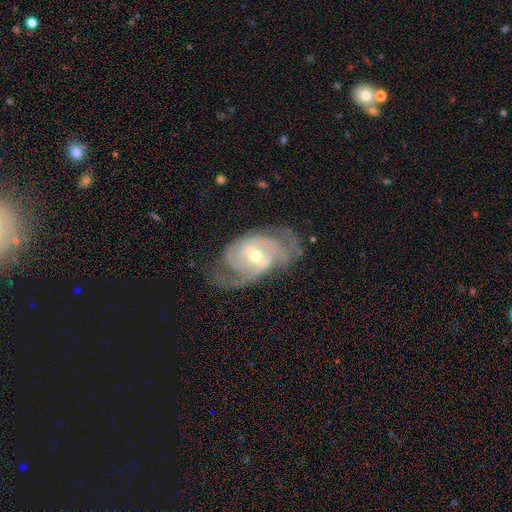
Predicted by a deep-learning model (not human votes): Q: Smooth or featured?
A: featured or disk (87%); runner-up: smooth (8%)
Q: Edge-on disk?
A: no (96%); runner-up: yes (4%)
Q: Bar?
A: weak (47%); runner-up: no (31%)
Q: Spiral arms?
A: yes (94%); runner-up: no (6%)
Q: Spiral winding?
A: medium (45%); runner-up: tight (40%)
Q: Spiral arm count?
A: 2 (53%); runner-up: can't tell (18%)
Q: Bulge size?
A: moderate (50%); runner-up: small (47%)
Q: Merging?
A: none (59%); runner-up: minor disturbance (22%)